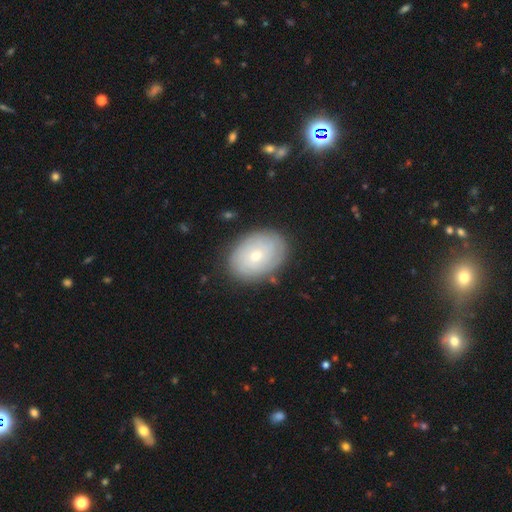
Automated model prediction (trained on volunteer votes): Morphology: type=smooth (48%); merging=none (84%).